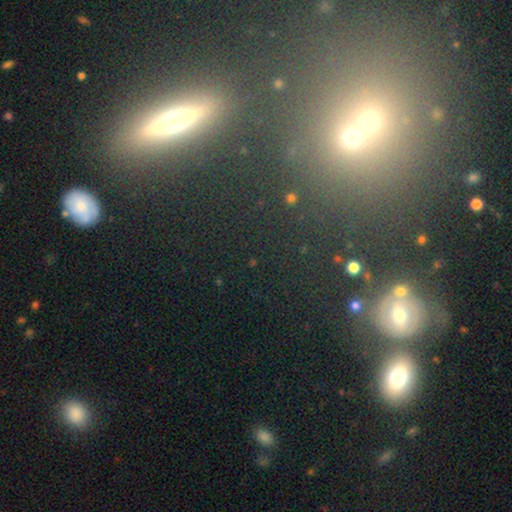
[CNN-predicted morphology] star or artifact 44%, smooth 31%, featured or disk 25%.